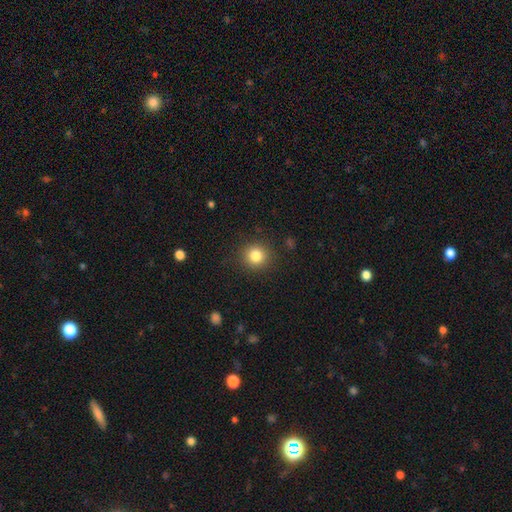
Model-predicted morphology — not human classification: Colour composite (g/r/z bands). It shows a smooth galaxy with no disk features (83%) that is round (91%). Merging: none (89%).